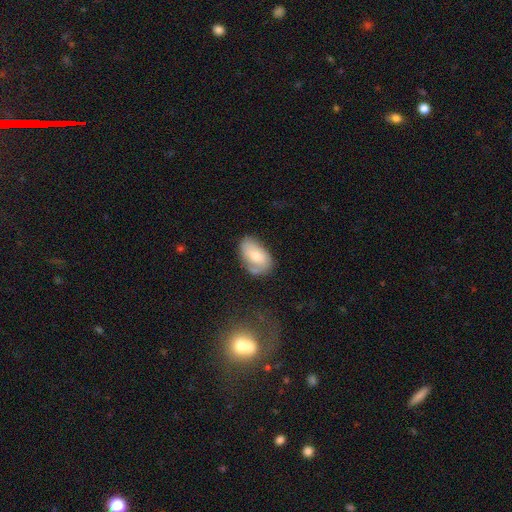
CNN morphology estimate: Smooth or featured?
  - smooth: 60% *
  - featured or disk: 33%
  - star or artifact: 7%
How rounded?
  - in between: 91% *
  - round: 7%
  - cigar-shaped: 2%
Merging?
  - none: 58% *
  - minor disturbance: 28%
  - major disturbance: 10%
  - merger: 4%